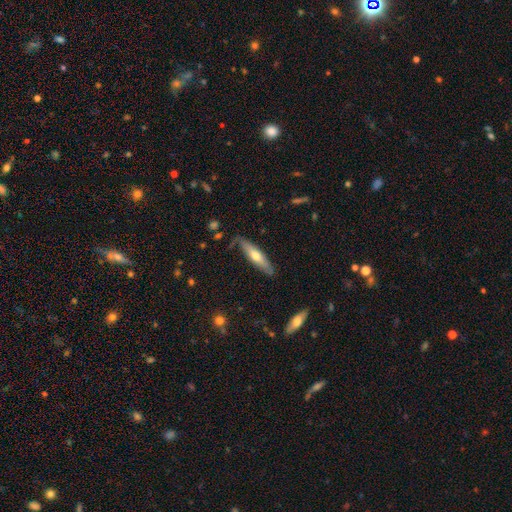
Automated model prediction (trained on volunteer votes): This is possibly a smooth galaxy (52%). How rounded: likely cigar-shaped (79%). Merging: likely none (78%).